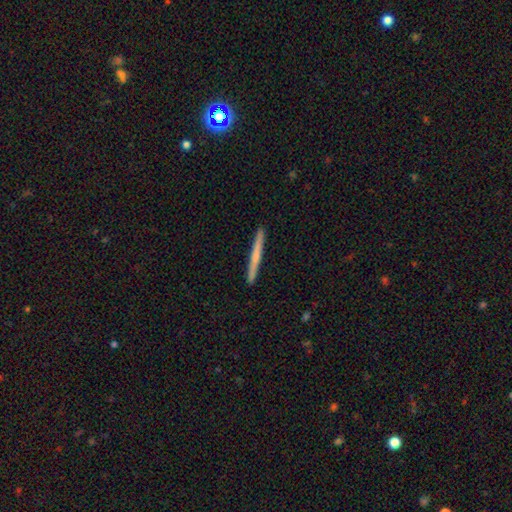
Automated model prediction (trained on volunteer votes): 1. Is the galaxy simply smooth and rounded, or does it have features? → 49% smooth, 45% featured or disk, 5% star or artifact.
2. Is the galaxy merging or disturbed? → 93% none, 5% minor disturbance, 1% major disturbance, 1% merger.